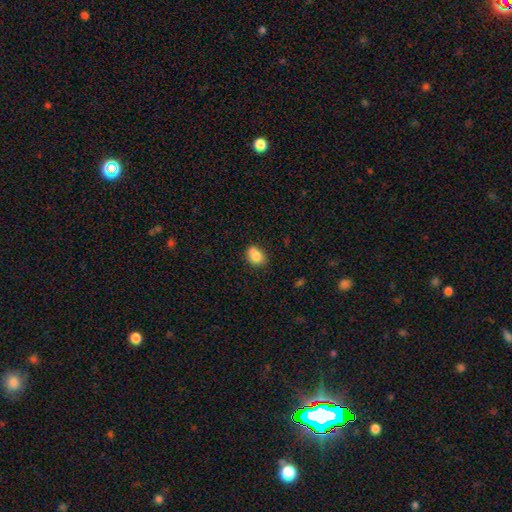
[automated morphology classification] Overall: smooth (85%). How rounded: in between (59%; round 40%). Merging: none (76%).